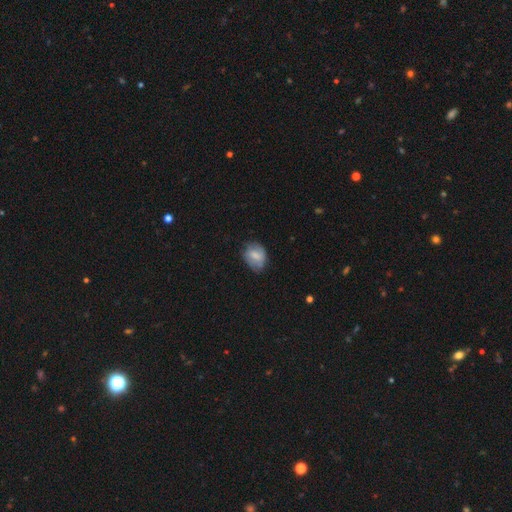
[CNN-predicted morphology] The model was most divided on "how rounded": in between: 64%, round: 35%, cigar-shaped: 1%. More confident: smooth or featured — smooth (67%); merging — none (62%).